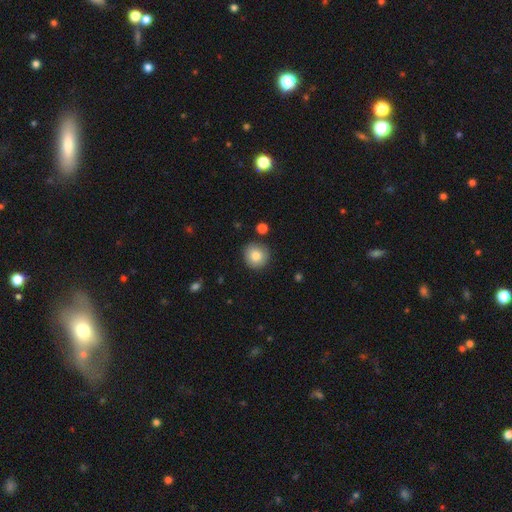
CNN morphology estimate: A smooth galaxy with no disk features (84%) that is round (92%). Merging: none (87%).